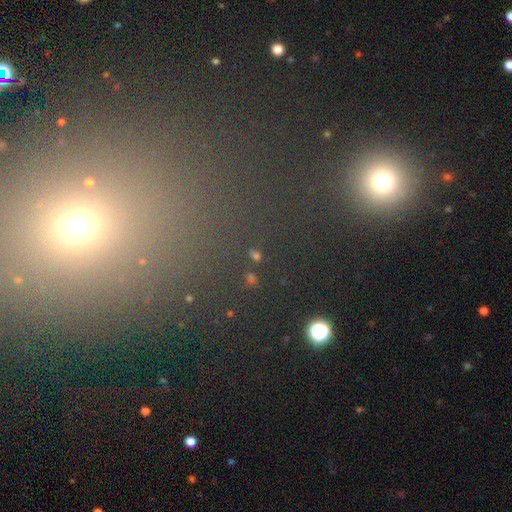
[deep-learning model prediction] A star or artifact, not a galaxy (51%).